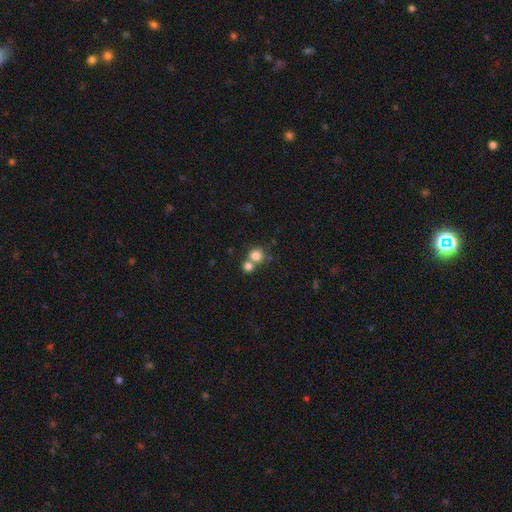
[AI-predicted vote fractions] Overall: smooth (80%). How rounded: round (88%). Merging: none (50%; merger 41%).